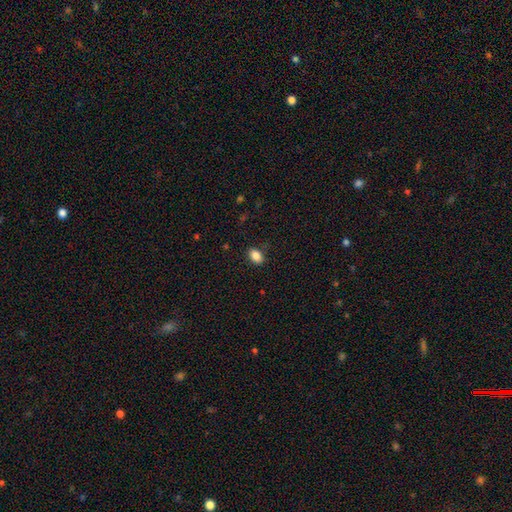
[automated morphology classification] Overall: smooth (87%). How rounded: in between (83%). Merging: none (86%).